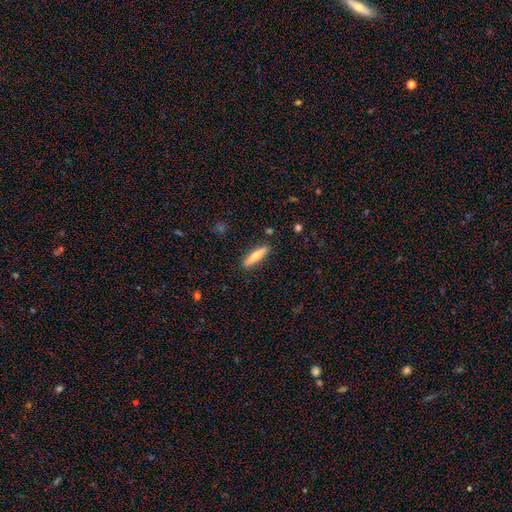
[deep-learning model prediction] A smooth galaxy with no disk features (69%) that is cigar-shaped (83%).

Vote fractions:
- Smooth or featured? smooth: 69% / featured or disk: 25% / star or artifact: 6%
- How rounded? cigar-shaped: 83% / in between: 15% / round: 2%
- Merging? none: 89% / minor disturbance: 8% / major disturbance: 2% / merger: 1%